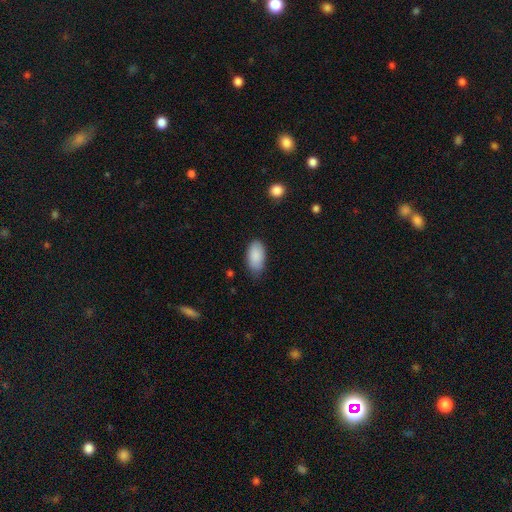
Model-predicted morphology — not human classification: Q: Smooth or featured?
A: smooth (89%); runner-up: star or artifact (6%)
Q: How rounded?
A: in between (95%); runner-up: cigar-shaped (3%)
Q: Merging?
A: none (76%); runner-up: minor disturbance (19%)